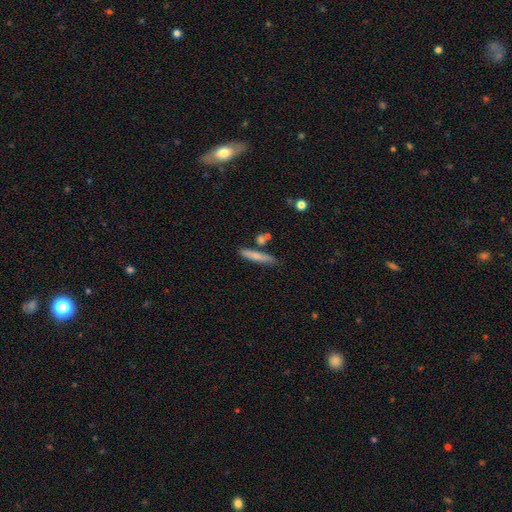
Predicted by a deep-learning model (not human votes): Smooth or featured?
  - smooth: 68% *
  - featured or disk: 25%
  - star or artifact: 7%
How rounded?
  - cigar-shaped: 88% *
  - in between: 10%
  - round: 2%
Merging?
  - none: 76% *
  - minor disturbance: 13%
  - merger: 8%
  - major disturbance: 3%